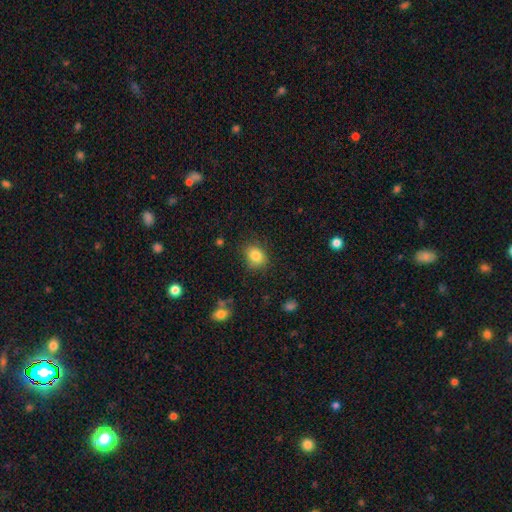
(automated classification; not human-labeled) smooth 84%, star or artifact 10%, featured or disk 6%. Down the decision tree: how rounded — round (54%); merging — none (80%).